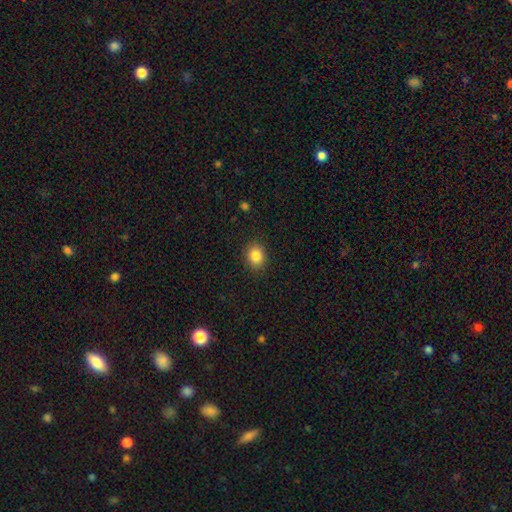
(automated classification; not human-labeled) smooth_or_featured: smooth (p=0.85) [alt: star or artifact p=0.10]
how_rounded: round (p=0.60) [alt: in between p=0.39]
merging: none (p=0.89) [alt: minor disturbance p=0.08]